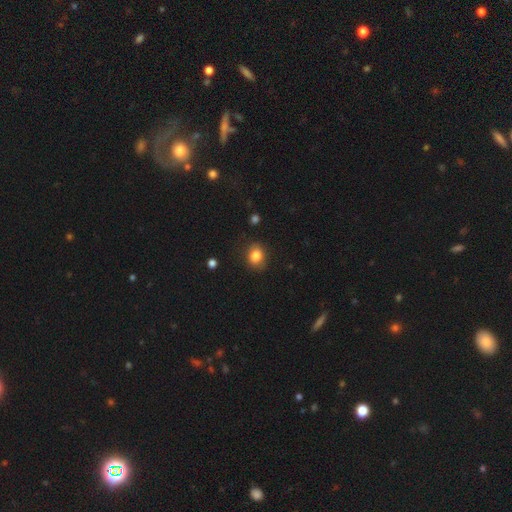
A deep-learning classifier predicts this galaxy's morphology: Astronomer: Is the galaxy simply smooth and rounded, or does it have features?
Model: smooth — 83%.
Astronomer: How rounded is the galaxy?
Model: round — 53% (runner-up: in between, 46%).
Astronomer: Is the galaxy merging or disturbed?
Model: none — 83%.